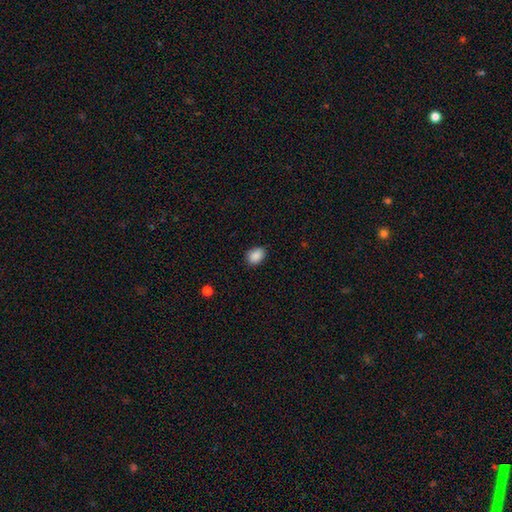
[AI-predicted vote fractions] Smooth or featured? smooth (89%)
How rounded? in between (68%)
Merging? none (84%)